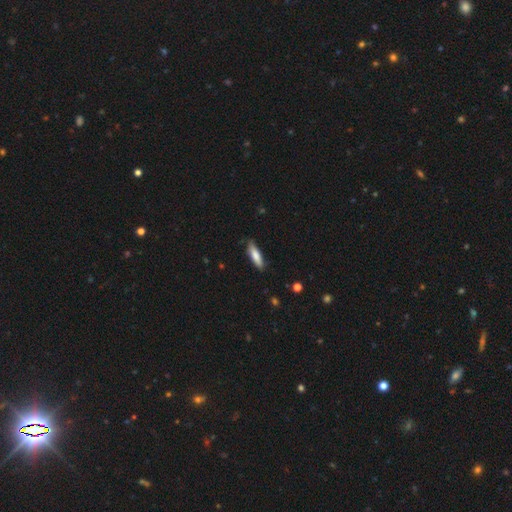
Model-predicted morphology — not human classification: Smooth or featured? Predicted: smooth (p=0.77). How rounded? Predicted: cigar-shaped (p=0.63). Merging? Predicted: none (p=0.81).